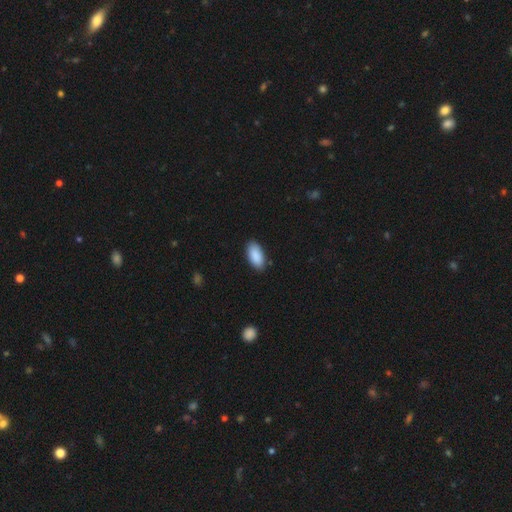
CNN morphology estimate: A smooth galaxy with no disk features (90%) that is in between round and cigar-shaped (94%). Merging: none (86%).